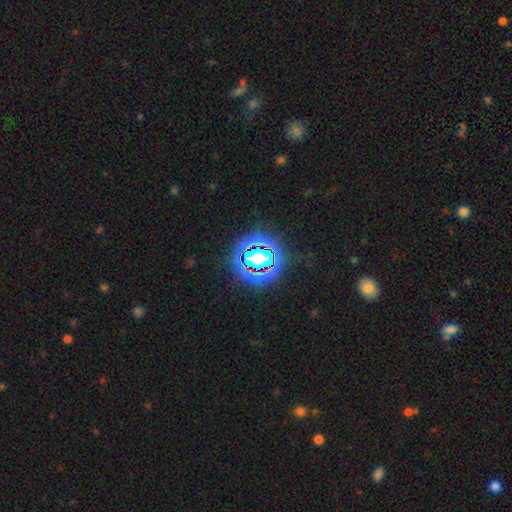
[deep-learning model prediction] Smooth or featured: star or artifact — 76% (smooth — 15%)